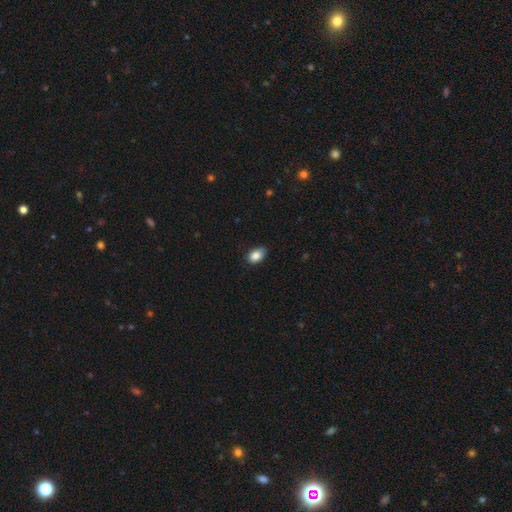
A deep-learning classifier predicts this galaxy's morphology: This is clearly a smooth galaxy (87%). How rounded: clearly in between (85%). Merging: likely none (76%).